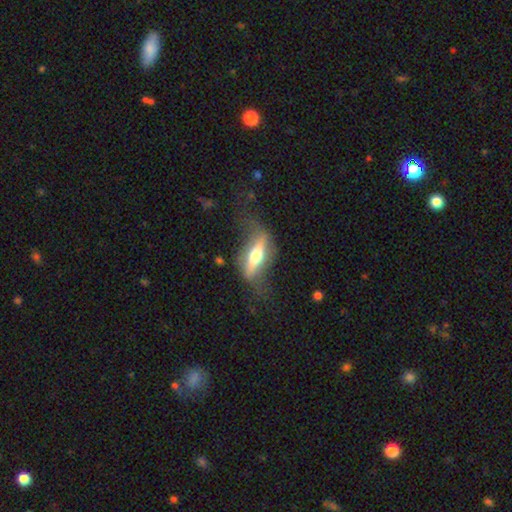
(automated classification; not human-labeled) Smooth or featured? featured or disk (65%)
Edge-on disk? yes (61%)
Merging? none (55%)